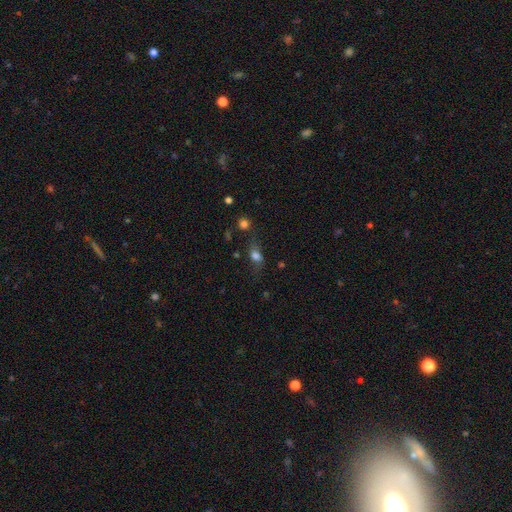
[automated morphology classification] Overall: smooth (70%). How rounded: in between (67%). Merging: none (54%; minor disturbance 24%).